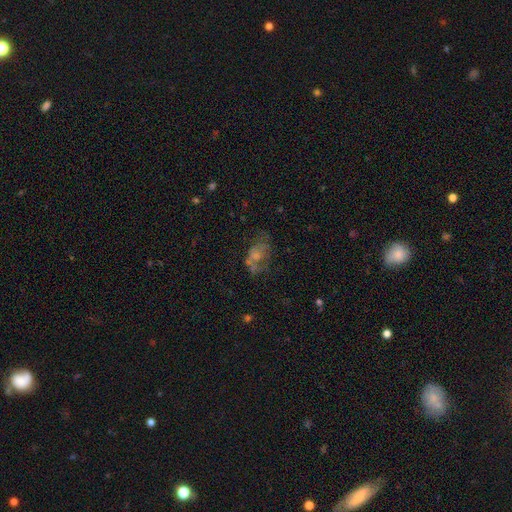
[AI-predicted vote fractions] Morphology: type=featured or disk (42%); merging=none (37%).